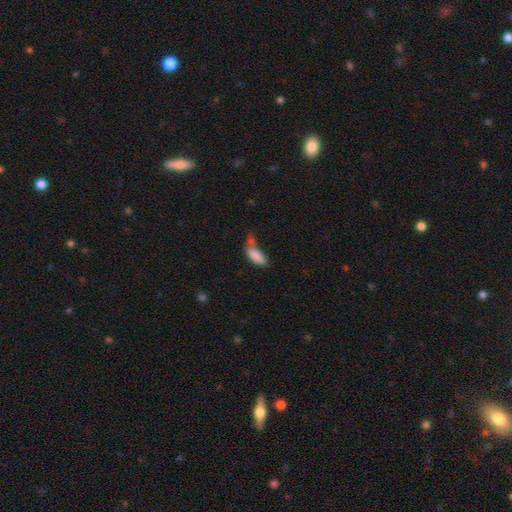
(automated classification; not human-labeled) This is clearly a smooth galaxy (82%). How rounded: likely in between (76%). Merging: marginally none (32%).